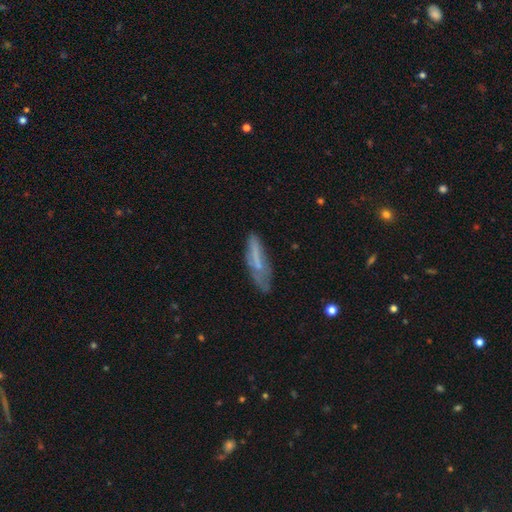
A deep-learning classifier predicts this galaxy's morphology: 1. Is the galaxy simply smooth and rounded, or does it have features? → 55% smooth, 36% featured or disk, 9% star or artifact.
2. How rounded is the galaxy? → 70% cigar-shaped, 28% in between, 2% round.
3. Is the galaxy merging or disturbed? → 58% none, 27% minor disturbance, 12% major disturbance, 3% merger.